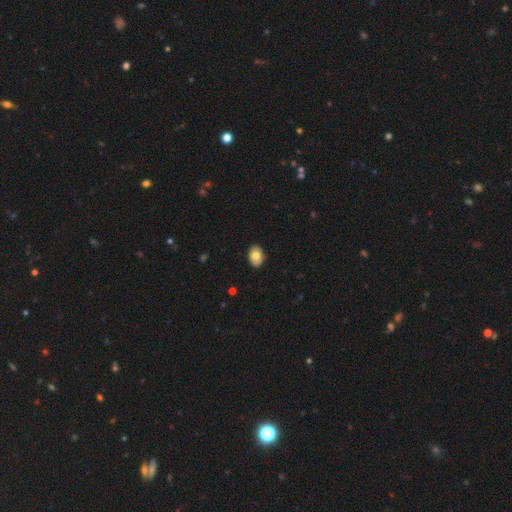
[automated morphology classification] Q: Smooth or featured?
A: smooth (74%); runner-up: featured or disk (19%)
Q: How rounded?
A: in between (83%); runner-up: round (16%)
Q: Merging?
A: none (87%); runner-up: minor disturbance (10%)